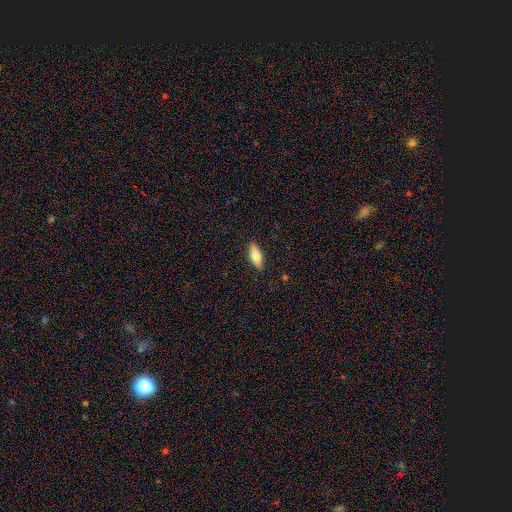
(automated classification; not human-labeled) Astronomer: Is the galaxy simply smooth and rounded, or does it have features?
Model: smooth — 73%.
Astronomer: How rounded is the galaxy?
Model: in between — 68%.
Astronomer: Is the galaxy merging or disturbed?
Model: none — 88%.